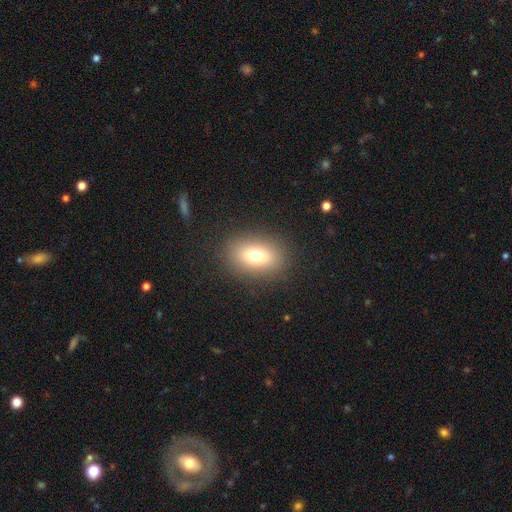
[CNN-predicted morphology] Overall: smooth (74%). How rounded: in between (77%). Merging: none (87%).